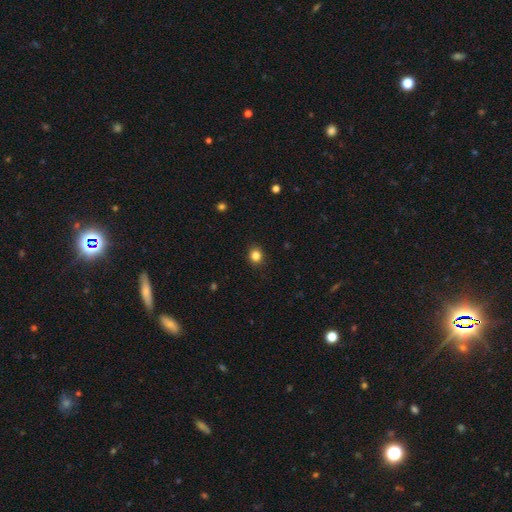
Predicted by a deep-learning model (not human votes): Smooth or featured?
  - smooth: 84% *
  - star or artifact: 12%
  - featured or disk: 4%
How rounded?
  - round: 77% *
  - in between: 23%
  - cigar-shaped: 1%
Merging?
  - none: 90% *
  - minor disturbance: 7%
  - major disturbance: 2%
  - merger: 1%